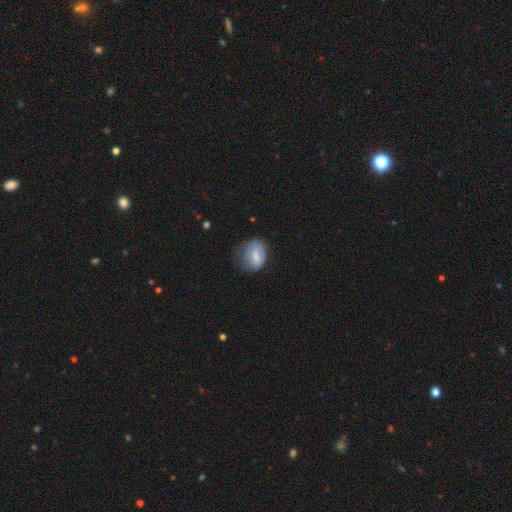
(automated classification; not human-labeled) Smooth or featured? Predicted: smooth (p=0.65). How rounded? Predicted: in between (p=0.59). Merging? Predicted: none (p=0.45).